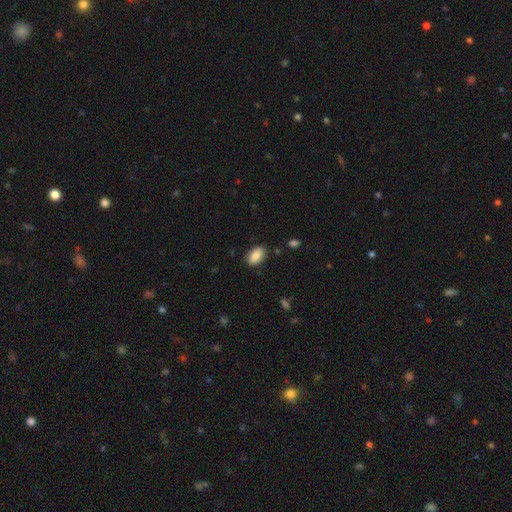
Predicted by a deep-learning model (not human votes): This appears to be a smooth galaxy with no disk features (87%) that is in between round and cigar-shaped (92%). Merging: none (84%).